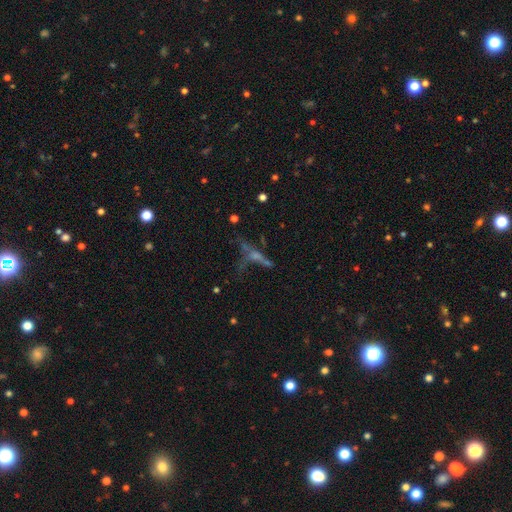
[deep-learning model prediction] Q: Smooth or featured?
A: featured or disk (44%); runner-up: star or artifact (32%)
Q: Merging?
A: none (42%); runner-up: major disturbance (28%)